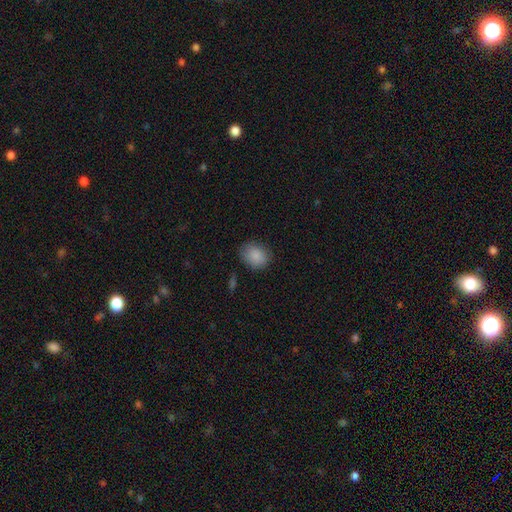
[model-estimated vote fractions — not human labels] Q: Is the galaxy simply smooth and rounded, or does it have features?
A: smooth — 88%.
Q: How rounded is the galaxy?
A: round — 50%.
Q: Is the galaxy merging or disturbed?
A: none — 82%.